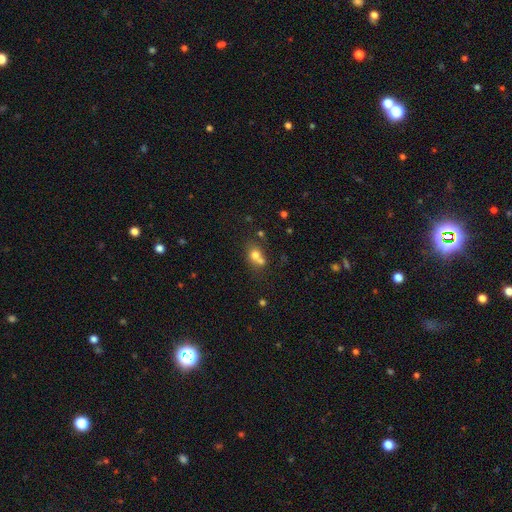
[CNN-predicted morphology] This is likely a smooth galaxy (70%). How rounded: possibly round (59%). Merging: possibly merger (52%).